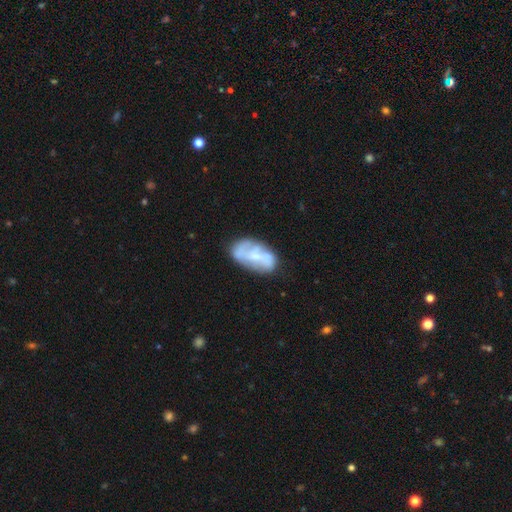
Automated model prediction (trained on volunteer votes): Smooth or featured? featured or disk (58%)
Edge-on disk? no (96%)
Bar? no (57%)
Spiral arms? yes (58%)
Bulge size? small (44%)
Merging? none (56%)